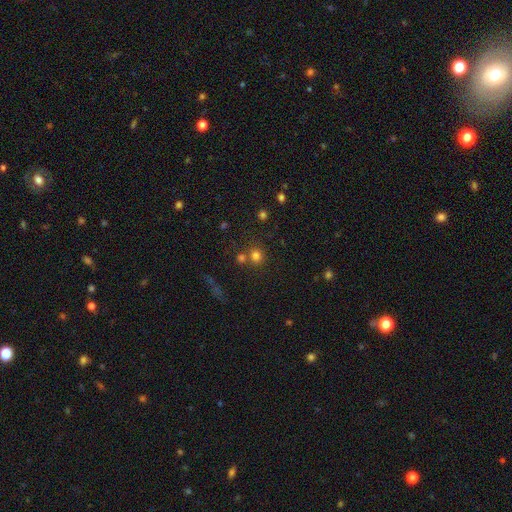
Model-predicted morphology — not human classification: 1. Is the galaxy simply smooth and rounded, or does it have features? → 76% smooth, 17% star or artifact, 7% featured or disk.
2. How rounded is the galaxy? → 87% round, 12% in between, 1% cigar-shaped.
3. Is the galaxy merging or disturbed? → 66% none, 23% merger, 8% minor disturbance, 4% major disturbance.